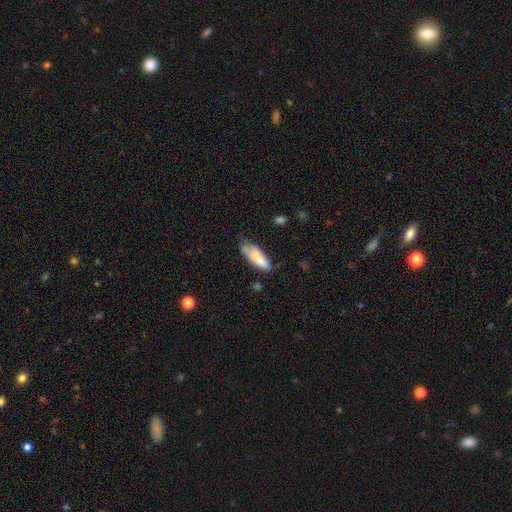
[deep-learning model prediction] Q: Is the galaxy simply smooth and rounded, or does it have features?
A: smooth — 83%.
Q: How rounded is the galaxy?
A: in between — 65%.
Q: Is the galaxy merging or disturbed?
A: none — 47%.